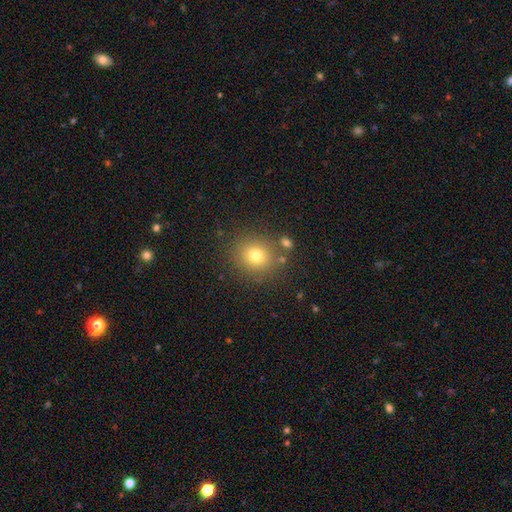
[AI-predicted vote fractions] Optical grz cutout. It shows a smooth galaxy with no disk features (74%) that is round (87%). Merging: none (82%).